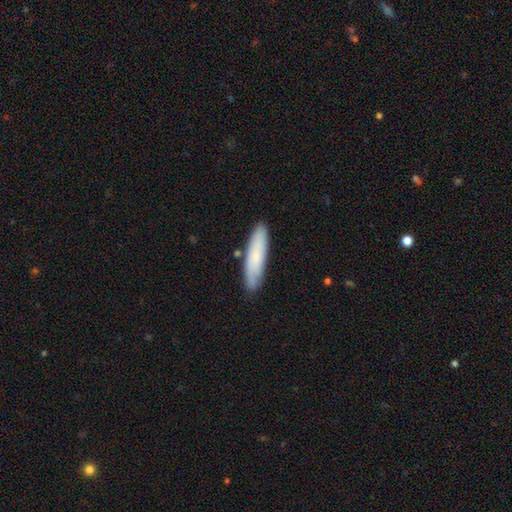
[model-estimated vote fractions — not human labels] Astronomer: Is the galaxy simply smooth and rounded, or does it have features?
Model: smooth — 72%.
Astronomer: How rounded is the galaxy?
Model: cigar-shaped — 75%.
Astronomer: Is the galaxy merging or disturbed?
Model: none — 83%.